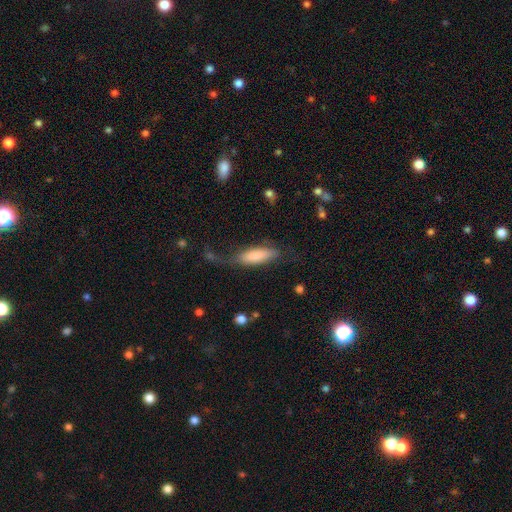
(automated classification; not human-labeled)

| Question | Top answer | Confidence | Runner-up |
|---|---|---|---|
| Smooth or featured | smooth | 76% | featured or disk (18%) |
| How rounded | in between | 58% | cigar-shaped (40%) |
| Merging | none | 50% | minor disturbance (26%) |